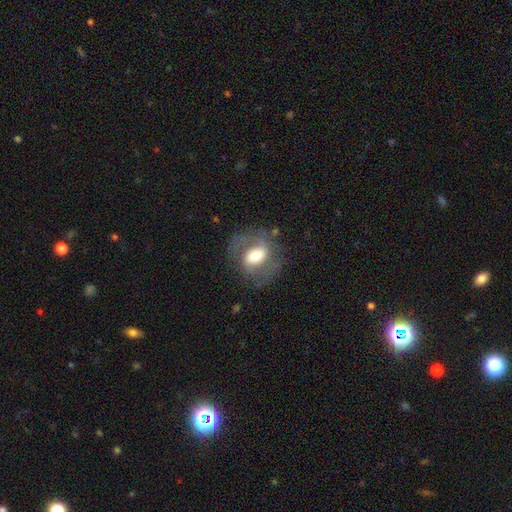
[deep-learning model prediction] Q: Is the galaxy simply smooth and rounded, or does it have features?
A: featured or disk — 69%.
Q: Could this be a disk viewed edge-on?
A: no — 96%.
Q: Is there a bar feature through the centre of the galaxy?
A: weak — 44%.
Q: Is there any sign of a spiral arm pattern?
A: yes — 83%.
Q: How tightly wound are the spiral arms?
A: medium — 51%.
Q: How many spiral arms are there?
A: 2 — 83%.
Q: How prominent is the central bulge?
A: moderate — 53%.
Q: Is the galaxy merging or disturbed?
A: none — 68%.